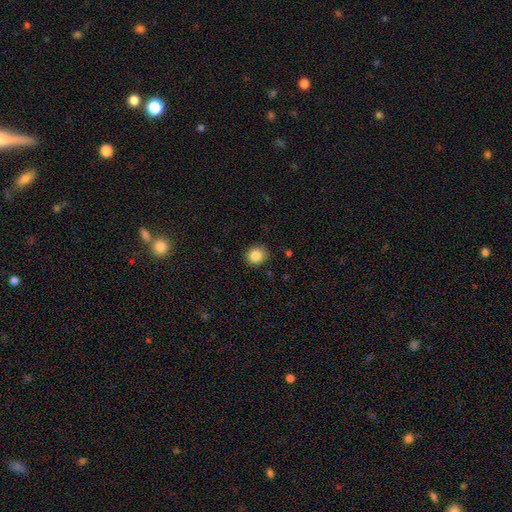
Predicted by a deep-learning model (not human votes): smooth 85%, star or artifact 10%, featured or disk 5%. Down the decision tree: how rounded — round (81%); merging — none (87%).